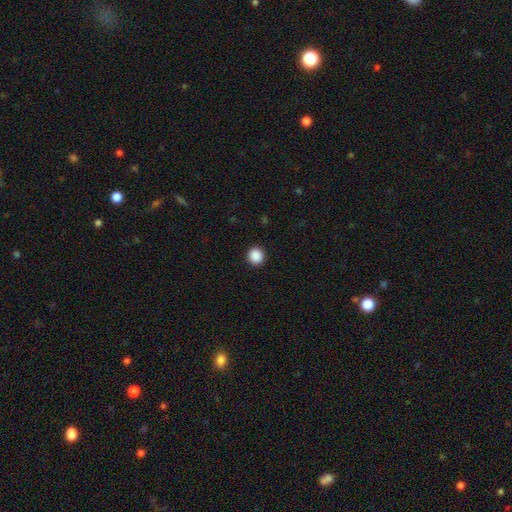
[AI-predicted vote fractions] Q: Smooth or featured?
A: smooth (89%); runner-up: star or artifact (9%)
Q: How rounded?
A: round (91%); runner-up: in between (8%)
Q: Merging?
A: none (93%); runner-up: minor disturbance (5%)